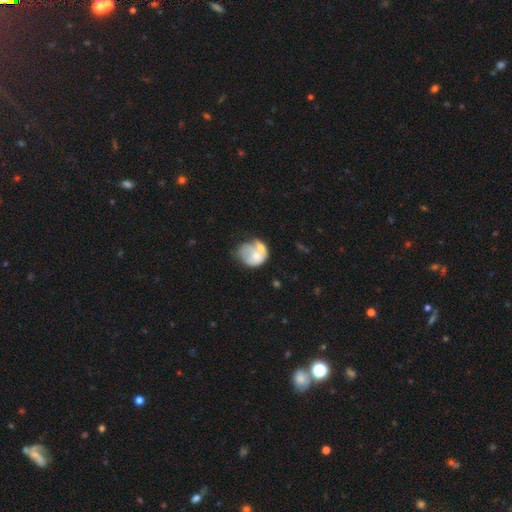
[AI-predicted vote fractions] Smooth or featured?
  - smooth: 52% *
  - featured or disk: 41%
  - star or artifact: 7%
How rounded?
  - round: 53% *
  - in between: 46%
  - cigar-shaped: 1%
Merging?
  - merger: 46% *
  - none: 19%
  - minor disturbance: 18%
  - major disturbance: 16%